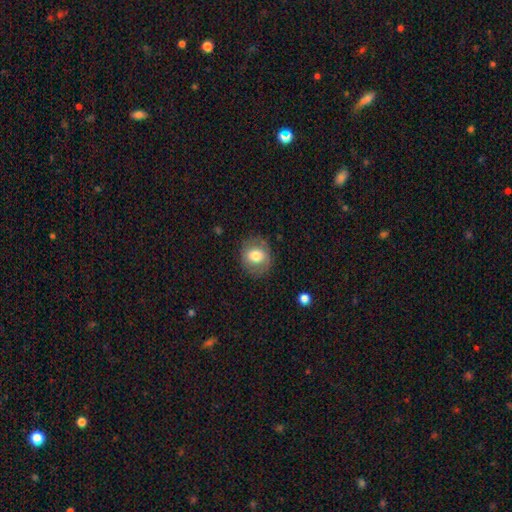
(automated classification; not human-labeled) smooth 71%, featured or disk 21%, star or artifact 8%. Down the decision tree: how rounded — round (74%); merging — none (80%).